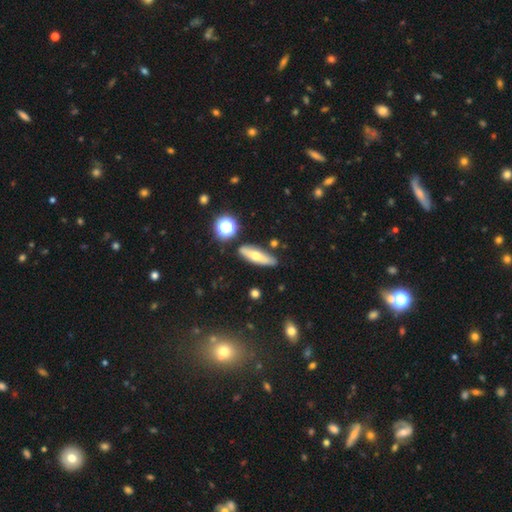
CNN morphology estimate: Smooth or featured: smooth — 54% (featured or disk — 37%)
How rounded: cigar-shaped — 58% (in between — 37%)
Merging: none — 81% (minor disturbance — 12%)